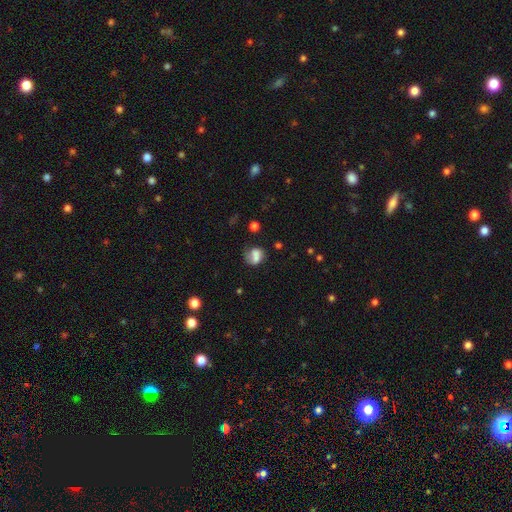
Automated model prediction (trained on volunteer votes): The model was most divided on "how rounded": round: 54%, in between: 45%, cigar-shaped: 2%. Remaining: smooth or featured — smooth (64%); merging — none (41%).